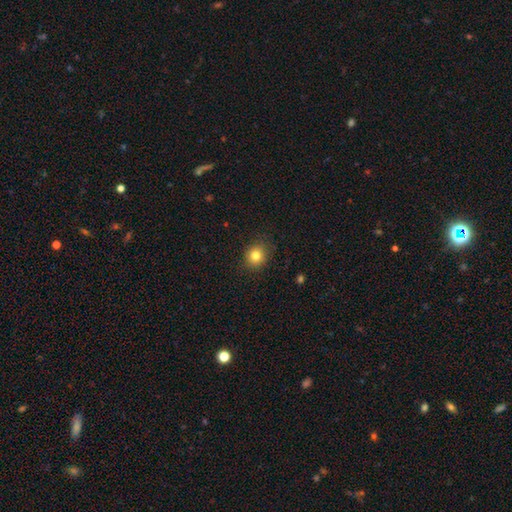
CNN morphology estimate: Q: Smooth or featured?
A: smooth (82%); runner-up: star or artifact (12%)
Q: How rounded?
A: round (82%); runner-up: in between (17%)
Q: Merging?
A: none (88%); runner-up: minor disturbance (9%)